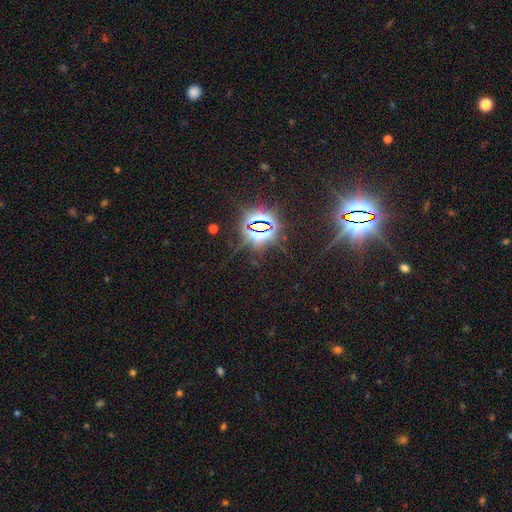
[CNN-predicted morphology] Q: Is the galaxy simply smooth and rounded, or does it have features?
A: star or artifact — 84%.